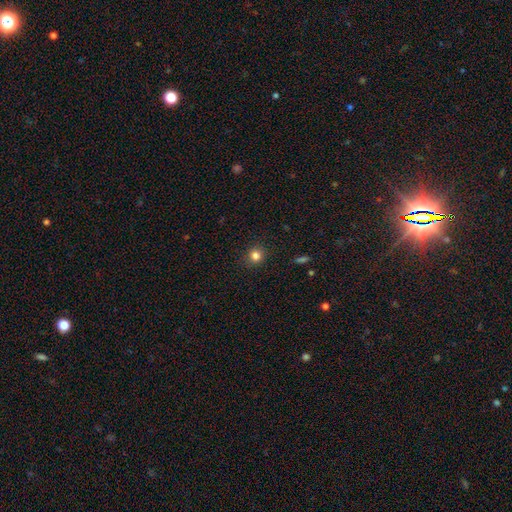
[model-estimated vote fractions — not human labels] Smooth or featured: smooth — 81% (star or artifact — 13%)
How rounded: round — 90% (in between — 9%)
Merging: none — 90% (minor disturbance — 7%)